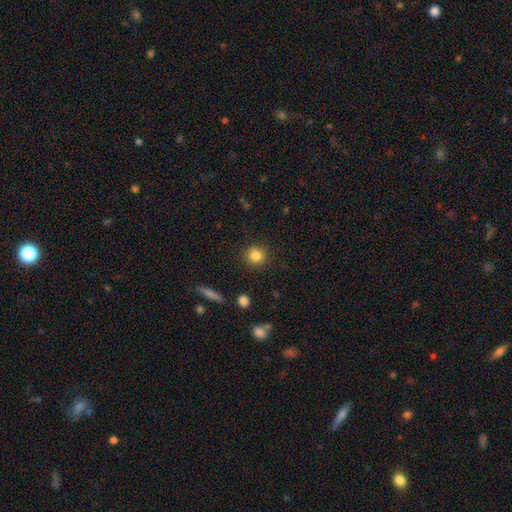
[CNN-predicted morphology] smooth_or_featured: smooth (p=0.84) [alt: star or artifact p=0.10]
how_rounded: round (p=0.89) [alt: in between p=0.09]
merging: none (p=0.88) [alt: minor disturbance p=0.08]